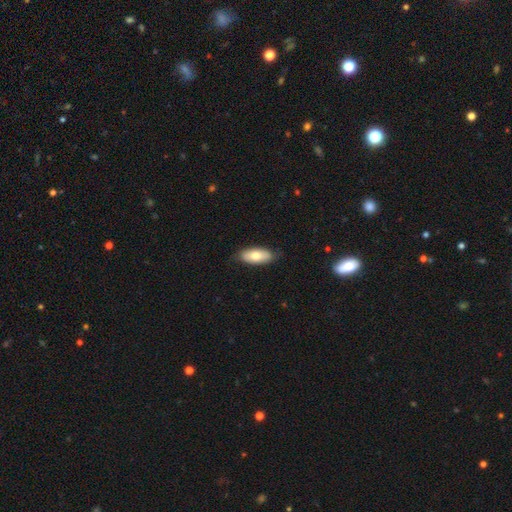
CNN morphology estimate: The model was most divided on "smooth or featured": smooth: 72%, featured or disk: 22%, star or artifact: 6%. More confident: how rounded — in between (87%); merging — none (83%).